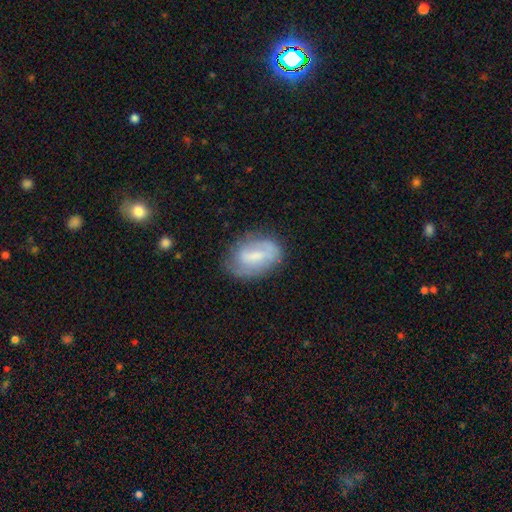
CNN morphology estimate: This is possibly a featured or disk galaxy (50%). It is clearly not viewed edge-on (95%). Merging: likely none (63%).